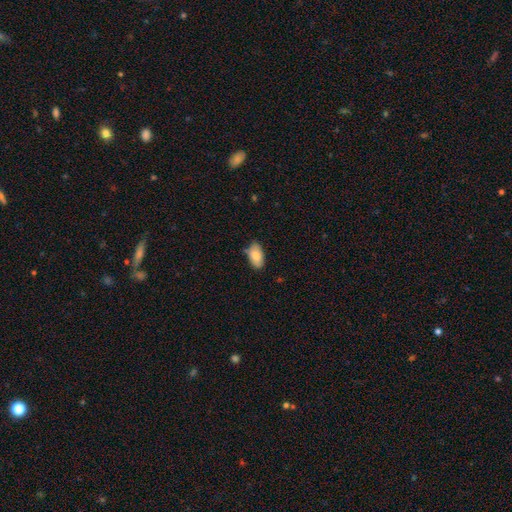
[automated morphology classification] type=smooth (83%); roundness=in between (94%); merging=none (75%).